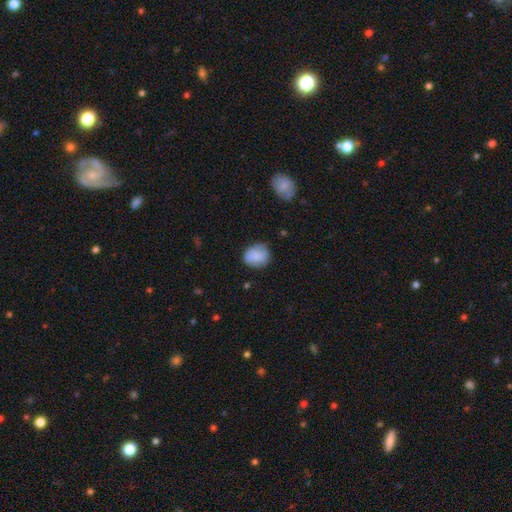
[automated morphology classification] This appears to be a smooth galaxy with no disk features (81%) that is round (69%). Merging: none (77%).